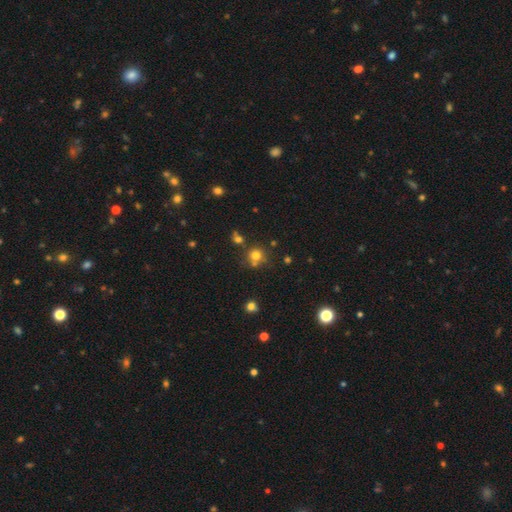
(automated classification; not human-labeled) This is likely a smooth galaxy (73%). How rounded: clearly round (89%). Merging: likely none (67%).